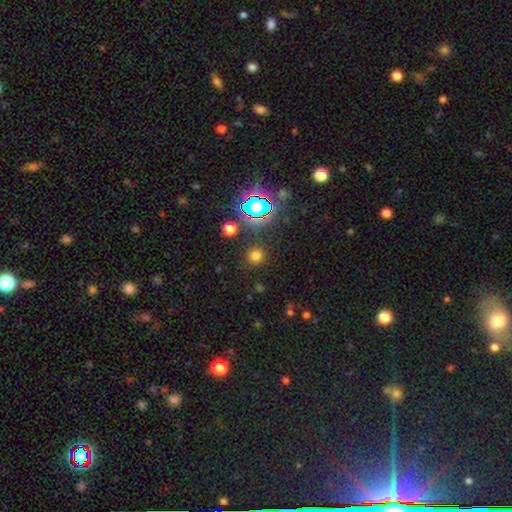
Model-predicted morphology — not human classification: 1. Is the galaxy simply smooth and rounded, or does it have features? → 68% smooth, 26% star or artifact, 6% featured or disk.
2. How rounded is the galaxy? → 89% round, 10% in between, 1% cigar-shaped.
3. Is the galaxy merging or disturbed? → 87% none, 7% minor disturbance, 3% major disturbance, 3% merger.